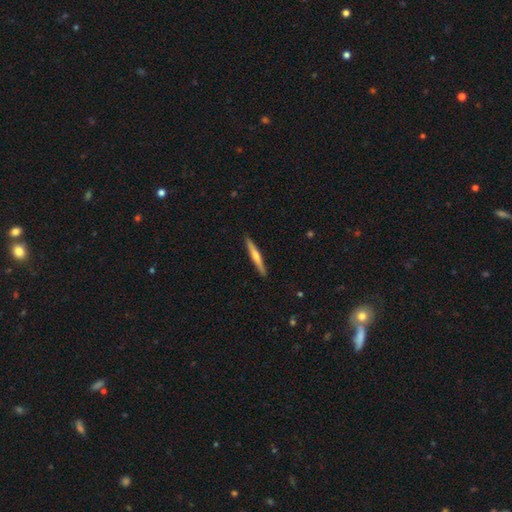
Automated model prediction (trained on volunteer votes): featured or disk 53%, smooth 41%, star or artifact 5%. Down the decision tree: edge-on disk — yes (97%); edge-on bulge — rounded (75%); merging — none (92%).